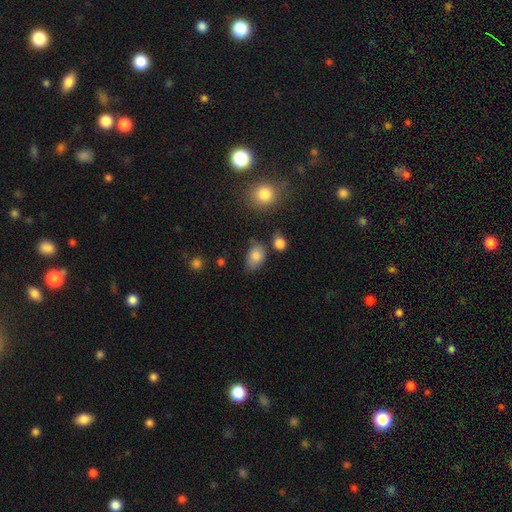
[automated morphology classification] Smooth or featured?
  - smooth: 82% *
  - star or artifact: 9%
  - featured or disk: 9%
How rounded?
  - in between: 83% *
  - round: 15%
  - cigar-shaped: 1%
Merging?
  - none: 55% *
  - minor disturbance: 30%
  - major disturbance: 8%
  - merger: 7%